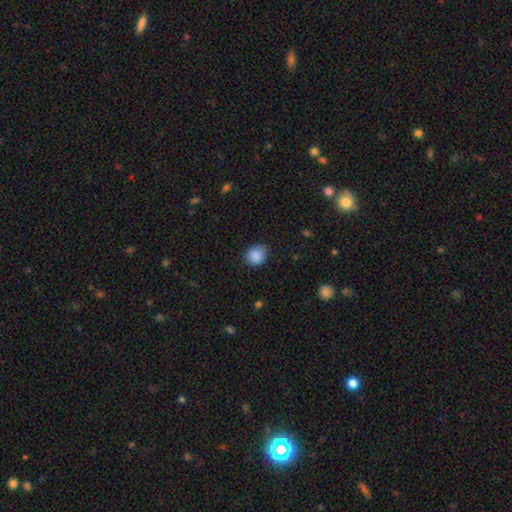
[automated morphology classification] The model was most divided on "how rounded": round: 70%, in between: 29%, cigar-shaped: 1%. More confident: smooth or featured — smooth (87%); merging — none (71%).